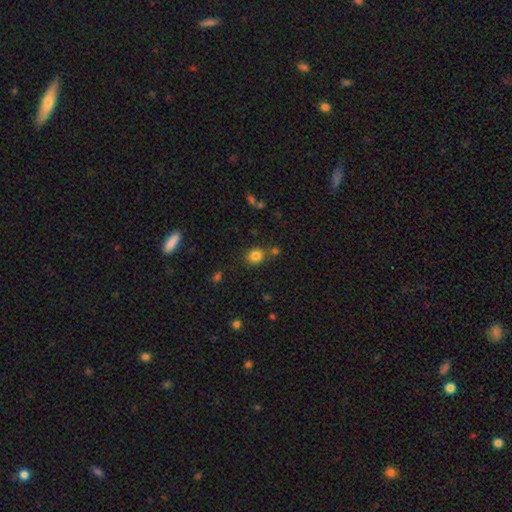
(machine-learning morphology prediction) Q: Smooth or featured?
A: smooth (81%); runner-up: star or artifact (12%)
Q: How rounded?
A: round (71%); runner-up: in between (28%)
Q: Merging?
A: none (74%); runner-up: minor disturbance (12%)